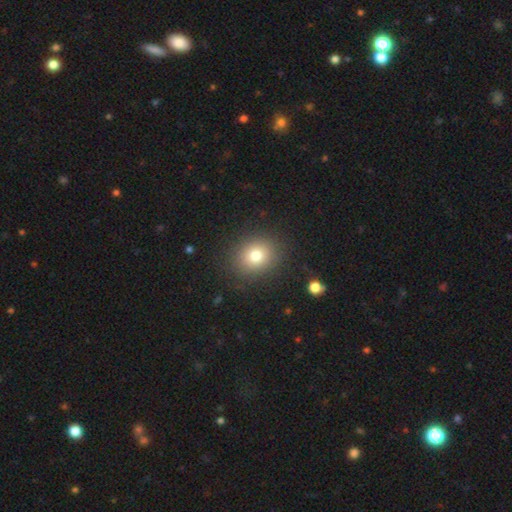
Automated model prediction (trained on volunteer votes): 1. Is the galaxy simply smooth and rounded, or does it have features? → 79% smooth, 12% star or artifact, 9% featured or disk.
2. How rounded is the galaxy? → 65% round, 34% in between, 1% cigar-shaped.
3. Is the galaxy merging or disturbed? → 87% none, 8% minor disturbance, 4% major disturbance, 1% merger.